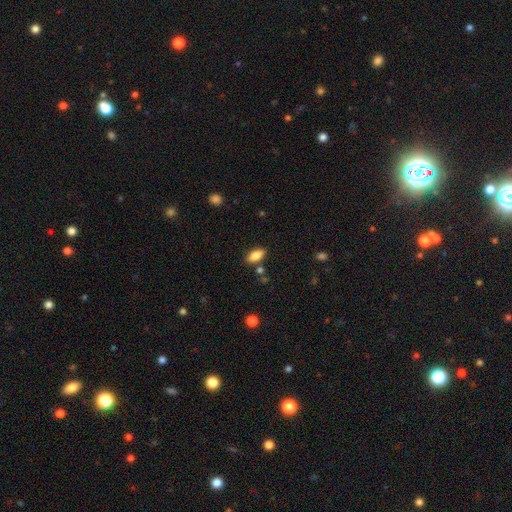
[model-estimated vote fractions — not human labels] Smooth or featured: smooth — 83% (featured or disk — 9%)
How rounded: in between — 89% (cigar-shaped — 8%)
Merging: none — 83% (minor disturbance — 11%)